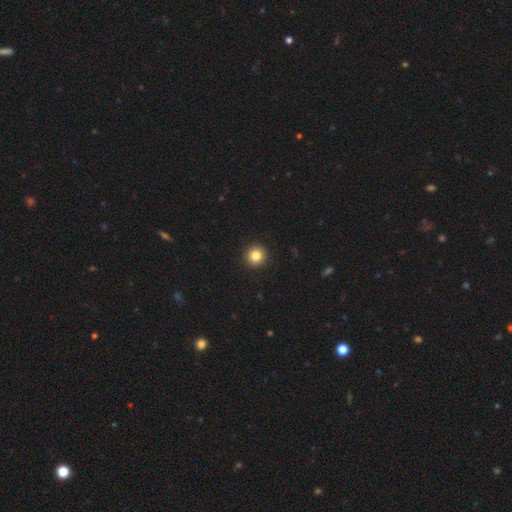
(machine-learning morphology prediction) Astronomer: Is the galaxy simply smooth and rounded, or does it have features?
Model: smooth — 84%.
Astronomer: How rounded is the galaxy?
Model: round — 95%.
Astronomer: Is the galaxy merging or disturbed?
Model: none — 94%.